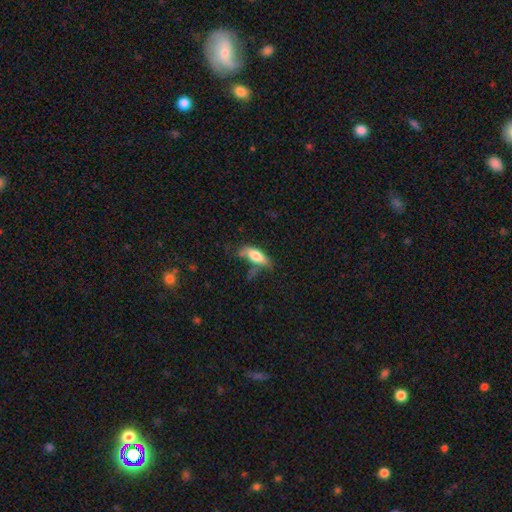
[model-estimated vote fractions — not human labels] smooth-or-featured: smooth: 74% | featured or disk: 19% | star or artifact: 7%
  how-rounded: in between: 72% | cigar-shaped: 26% | round: 3%
  merging: none: 46% | minor disturbance: 30% | major disturbance: 16% | merger: 9%